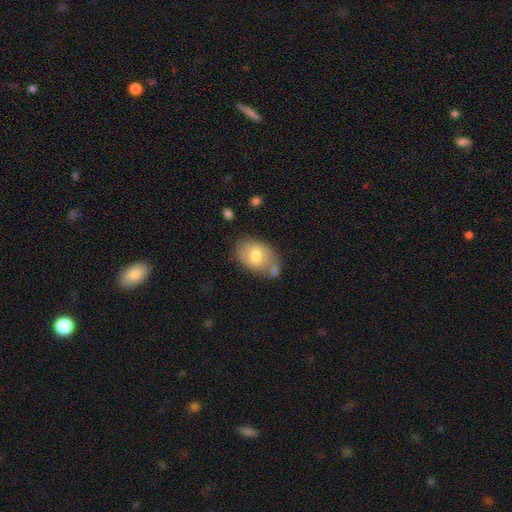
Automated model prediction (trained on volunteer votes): Morphology: type=smooth (73%); roundness=in between (83%); merging=none (53%).